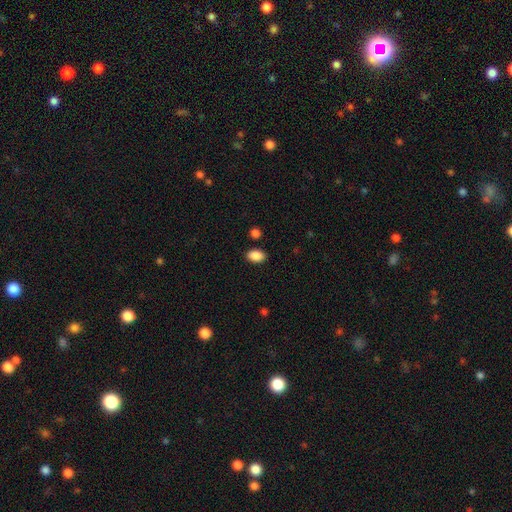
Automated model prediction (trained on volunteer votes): smooth_or_featured: smooth (p=0.89) [alt: star or artifact p=0.08]
how_rounded: in between (p=0.86) [alt: round p=0.13]
merging: none (p=0.87) [alt: minor disturbance p=0.08]